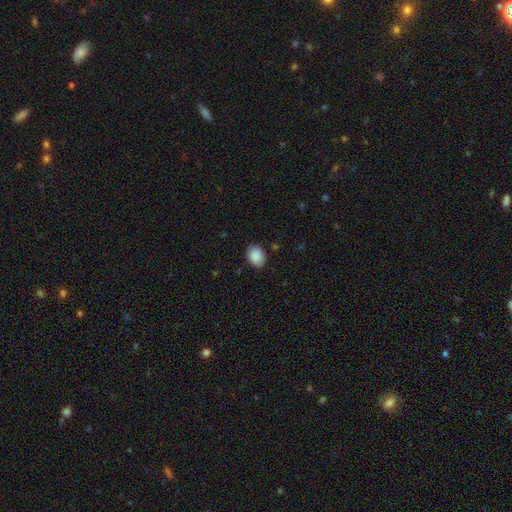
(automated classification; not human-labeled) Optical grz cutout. It shows a smooth galaxy with no disk features (89%) that is in between round and cigar-shaped (56%). Merging: none (82%).